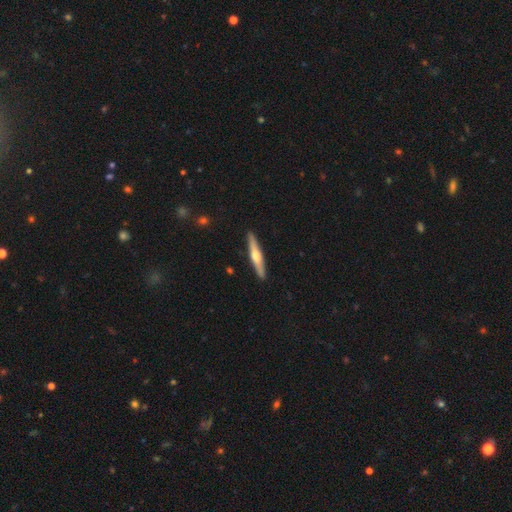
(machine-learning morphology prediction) featured or disk 60%, smooth 35%, star or artifact 5%. Down the decision tree: edge-on disk — yes (96%); edge-on bulge — rounded (91%); merging — none (91%).